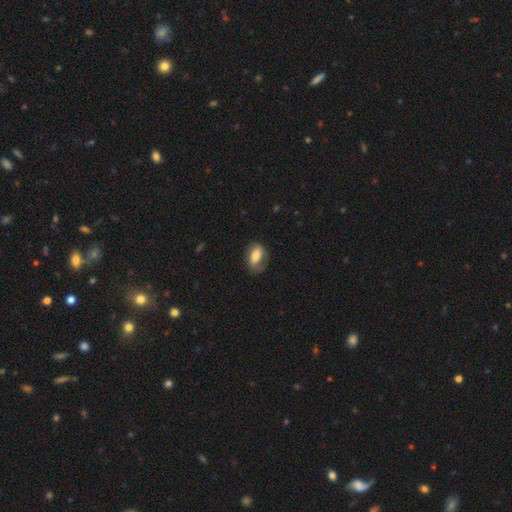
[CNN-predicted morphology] Smooth or featured: smooth — 62% (featured or disk — 31%)
How rounded: in between — 87% (round — 10%)
Merging: none — 65% (minor disturbance — 23%)